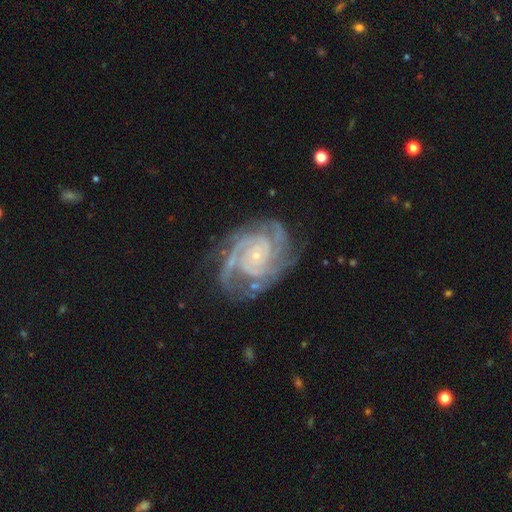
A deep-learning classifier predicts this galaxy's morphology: Q: Smooth or featured?
A: featured or disk (92%); runner-up: star or artifact (5%)
Q: Edge-on disk?
A: no (98%); runner-up: yes (2%)
Q: Bar?
A: no (76%); runner-up: weak (17%)
Q: Spiral arms?
A: yes (98%); runner-up: no (2%)
Q: Spiral winding?
A: tight (70%); runner-up: medium (27%)
Q: Spiral arm count?
A: 3 (31%); runner-up: 2 (24%)
Q: Bulge size?
A: small (86%); runner-up: moderate (9%)
Q: Merging?
A: none (71%); runner-up: minor disturbance (19%)